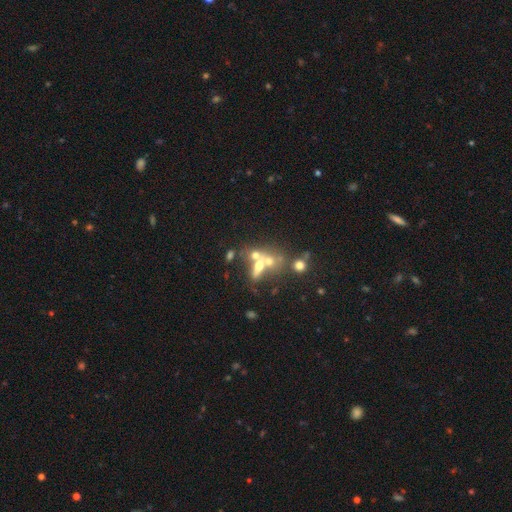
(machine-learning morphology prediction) smooth_or_featured: smooth (p=0.47) [alt: featured or disk p=0.35]
merging: merger (p=0.54) [alt: none p=0.28]